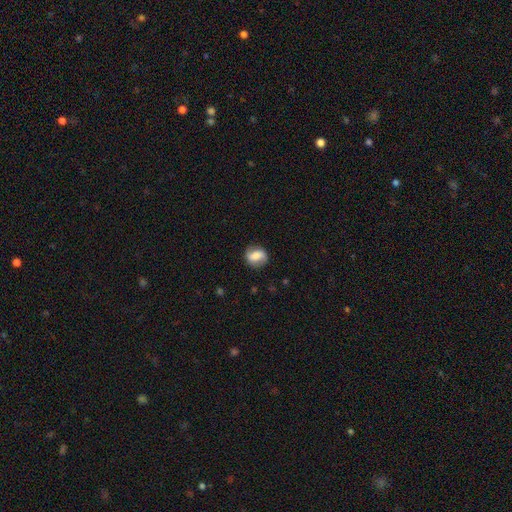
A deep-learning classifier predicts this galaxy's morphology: Smooth or featured? Predicted: smooth (p=0.47). Merging? Predicted: none (p=0.81).